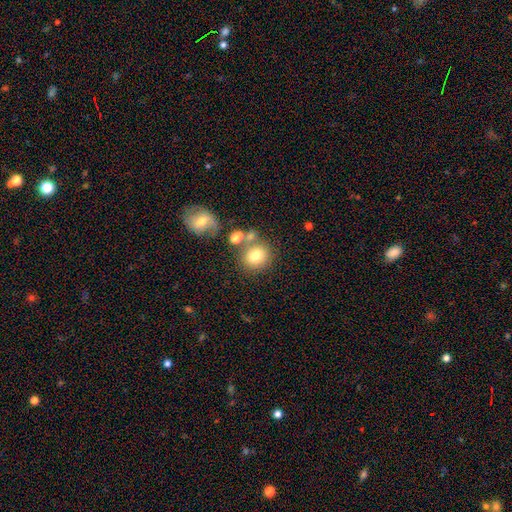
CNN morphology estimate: A smooth galaxy with no disk features (75%) that is round (80%). Merging: none (66%).